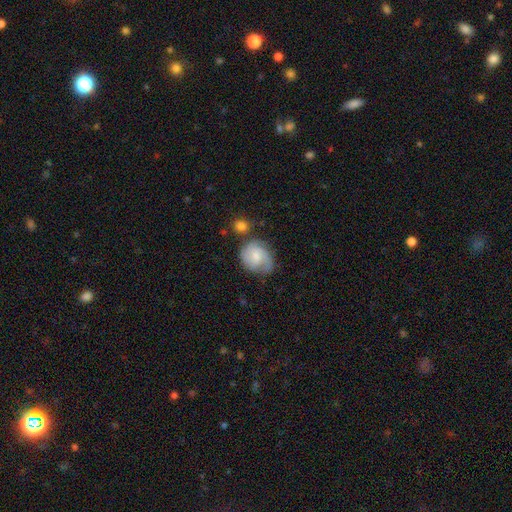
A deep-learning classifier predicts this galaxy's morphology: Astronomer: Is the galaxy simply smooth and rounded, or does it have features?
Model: featured or disk — 60%.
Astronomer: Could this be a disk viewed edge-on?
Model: no — 97%.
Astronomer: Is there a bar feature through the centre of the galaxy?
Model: no — 57% (runner-up: weak, 39%).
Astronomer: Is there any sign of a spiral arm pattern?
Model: yes — 91%.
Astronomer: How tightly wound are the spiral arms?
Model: medium — 43% (runner-up: tight, 39%).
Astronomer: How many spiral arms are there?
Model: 2 — 46%.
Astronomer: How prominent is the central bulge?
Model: small — 44% (runner-up: moderate, 39%).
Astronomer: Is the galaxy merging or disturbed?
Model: none — 56%.